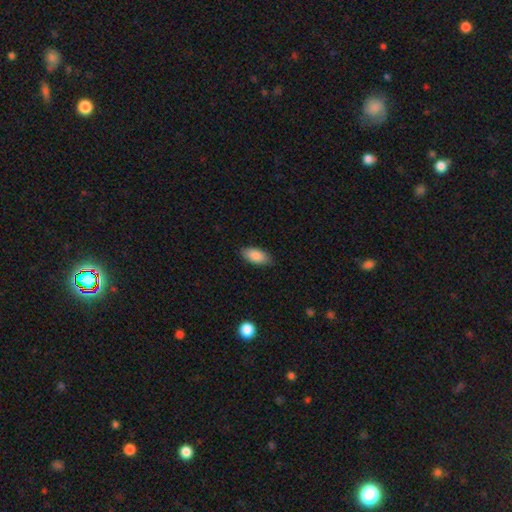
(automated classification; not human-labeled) smooth-or-featured: smooth: 87% | featured or disk: 7% | star or artifact: 6%
  how-rounded: in between: 92% | cigar-shaped: 6% | round: 2%
  merging: none: 86% | minor disturbance: 11% | major disturbance: 2% | merger: 1%